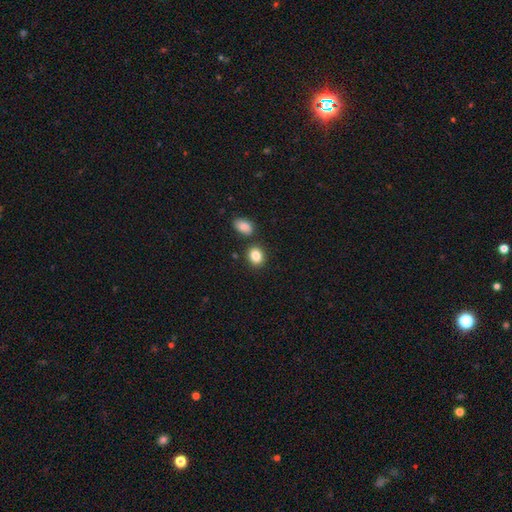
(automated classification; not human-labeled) A smooth galaxy with no disk features (86%) that is in between round and cigar-shaped (52%).

Vote fractions:
- Smooth or featured? smooth: 86% / star or artifact: 9% / featured or disk: 5%
- How rounded? in between: 52% / round: 47% / cigar-shaped: 1%
- Merging? none: 78% / minor disturbance: 10% / merger: 9% / major disturbance: 3%